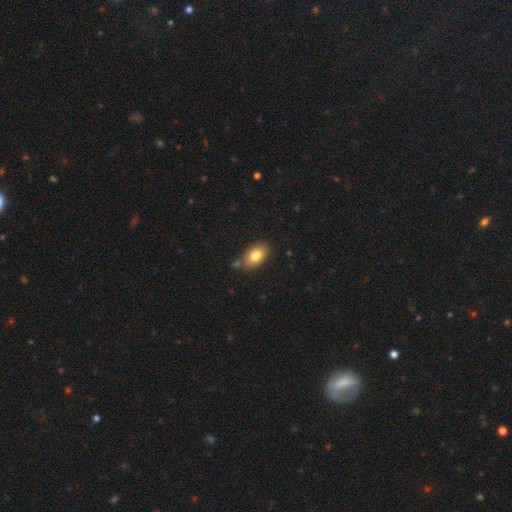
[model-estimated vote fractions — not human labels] A smooth galaxy with no disk features (80%) that is in between round and cigar-shaped (86%). Merging: none (74%).